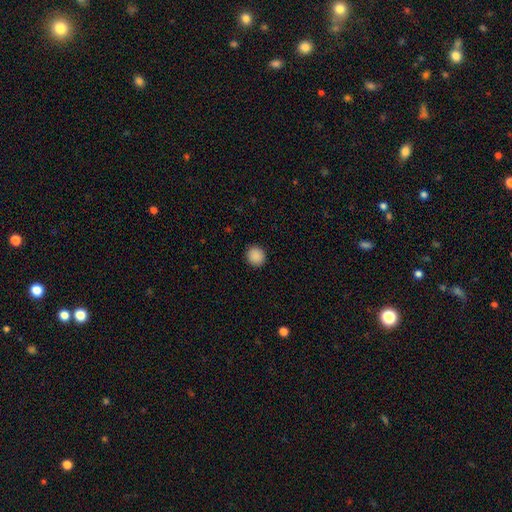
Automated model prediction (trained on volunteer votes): A smooth galaxy with no disk features (89%) that is round (87%).

Vote fractions:
- Smooth or featured? smooth: 89% / star or artifact: 9% / featured or disk: 2%
- How rounded? round: 87% / in between: 12% / cigar-shaped: 1%
- Merging? none: 92% / minor disturbance: 5% / major disturbance: 2% / merger: 1%